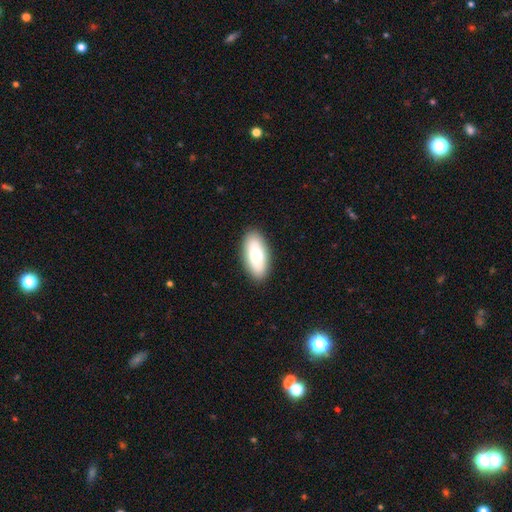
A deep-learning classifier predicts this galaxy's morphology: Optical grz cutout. It shows a smooth galaxy with no disk features (74%) that is in between round and cigar-shaped (88%). Merging: none (89%).